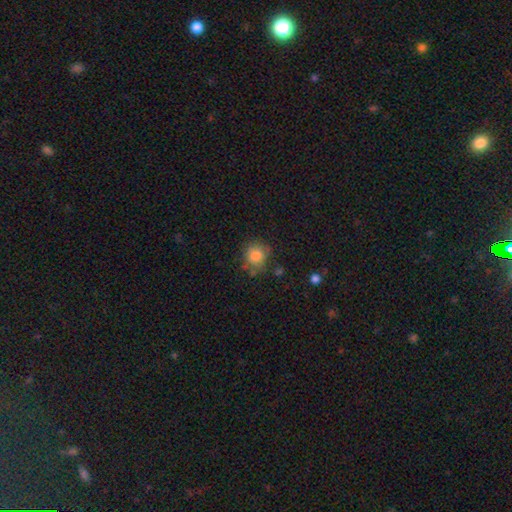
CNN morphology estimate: smooth 82%, featured or disk 9%, star or artifact 9%. Down the decision tree: how rounded — round (84%); merging — none (67%).